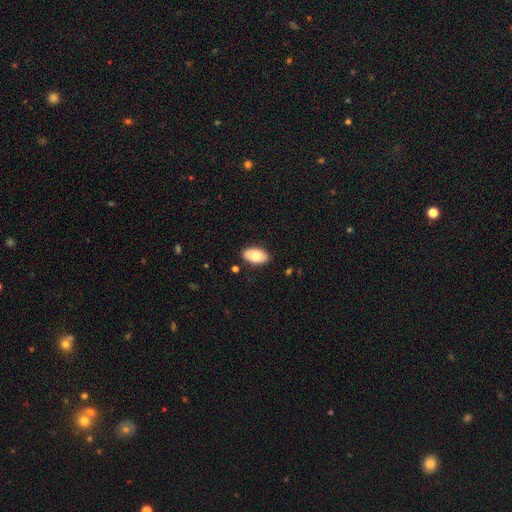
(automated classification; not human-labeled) smooth-or-featured: smooth: 73% | featured or disk: 21% | star or artifact: 7%
  how-rounded: in between: 93% | round: 5% | cigar-shaped: 2%
  merging: none: 86% | minor disturbance: 10% | major disturbance: 2% | merger: 1%